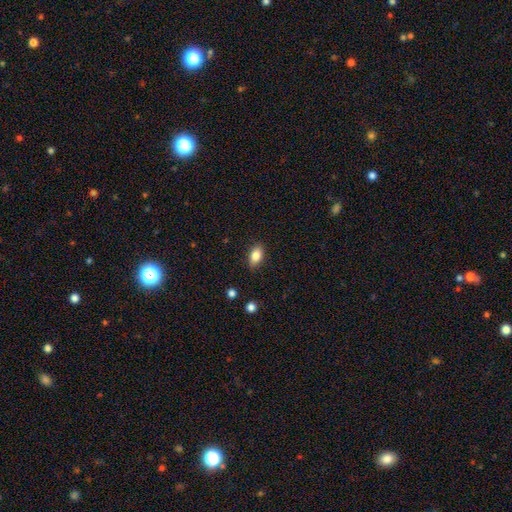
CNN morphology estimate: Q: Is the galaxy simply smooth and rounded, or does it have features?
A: smooth — 84%.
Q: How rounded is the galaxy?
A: in between — 88%.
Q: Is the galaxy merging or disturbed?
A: none — 86%.